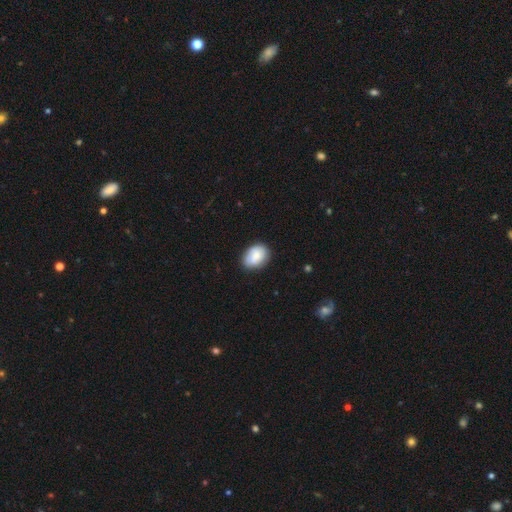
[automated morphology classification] smooth 76%, featured or disk 17%, star or artifact 7%. Down the decision tree: how rounded — in between (71%); merging — none (74%).